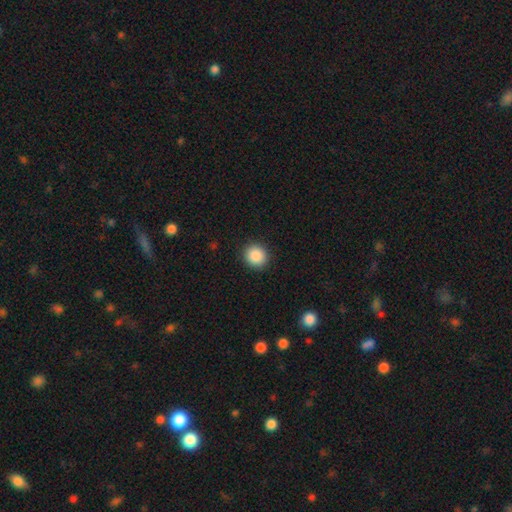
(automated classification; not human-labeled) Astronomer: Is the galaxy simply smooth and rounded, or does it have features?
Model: smooth — 88%.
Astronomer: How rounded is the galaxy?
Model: round — 89%.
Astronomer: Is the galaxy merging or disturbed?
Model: none — 92%.